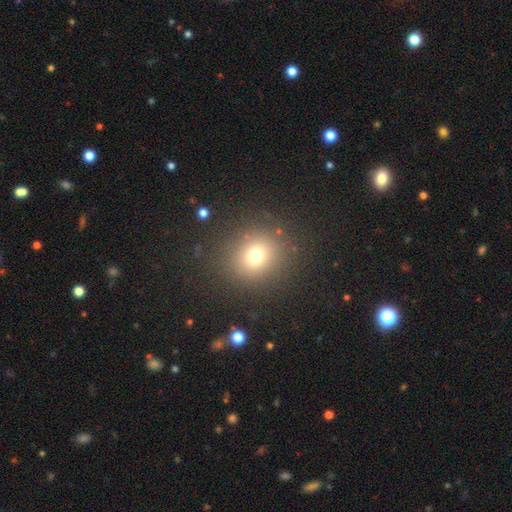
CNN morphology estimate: smooth 72%, star or artifact 19%, featured or disk 9%. Down the decision tree: how rounded — round (83%); merging — none (86%).